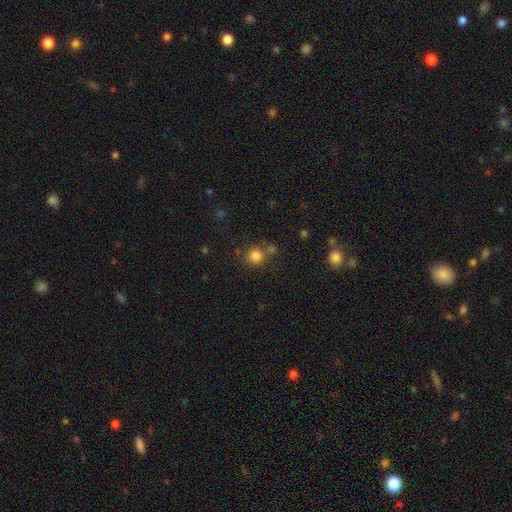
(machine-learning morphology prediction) type=smooth (82%); roundness=round (90%); merging=none (68%).